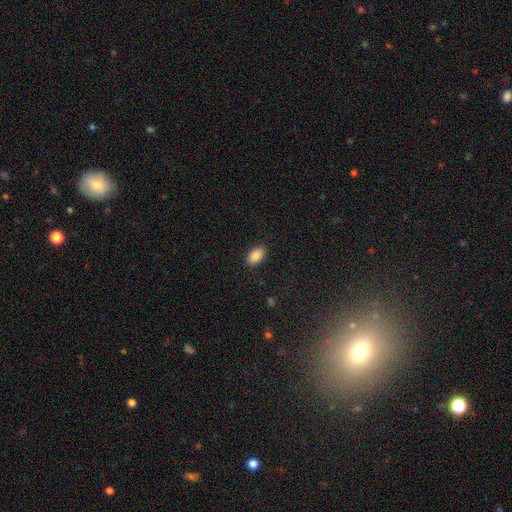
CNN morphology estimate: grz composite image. It shows a smooth galaxy with no disk features (88%) that is in between round and cigar-shaped (93%). Merging: none (88%).